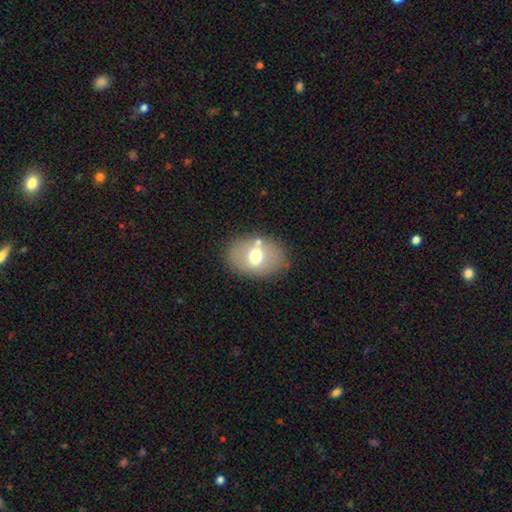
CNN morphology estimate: smooth 61%, featured or disk 29%, star or artifact 9%. Down the decision tree: how rounded — in between (74%); merging — none (78%).